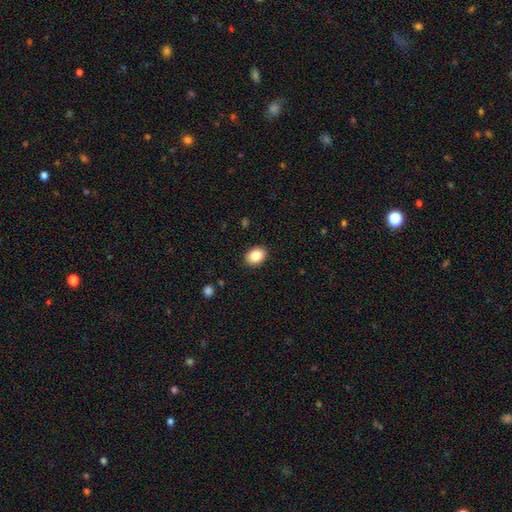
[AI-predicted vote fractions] smooth_or_featured: smooth (p=0.85) [alt: star or artifact p=0.08]
how_rounded: in between (p=0.67) [alt: round p=0.32]
merging: none (p=0.90) [alt: minor disturbance p=0.07]